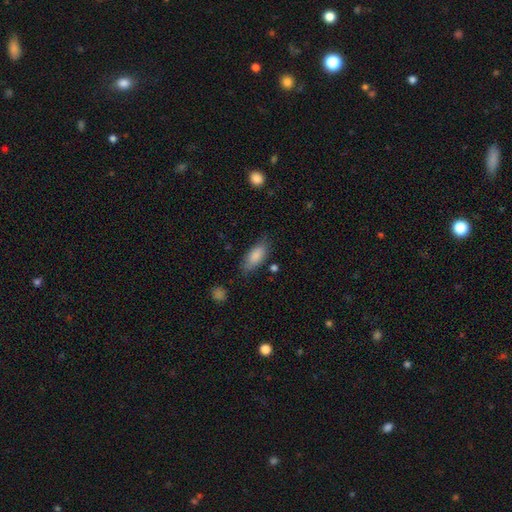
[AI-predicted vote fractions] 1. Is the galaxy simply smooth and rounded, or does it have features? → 85% smooth, 8% featured or disk, 7% star or artifact.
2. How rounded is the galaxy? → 83% in between, 15% cigar-shaped, 2% round.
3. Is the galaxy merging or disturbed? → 74% none, 19% minor disturbance, 5% major disturbance, 3% merger.